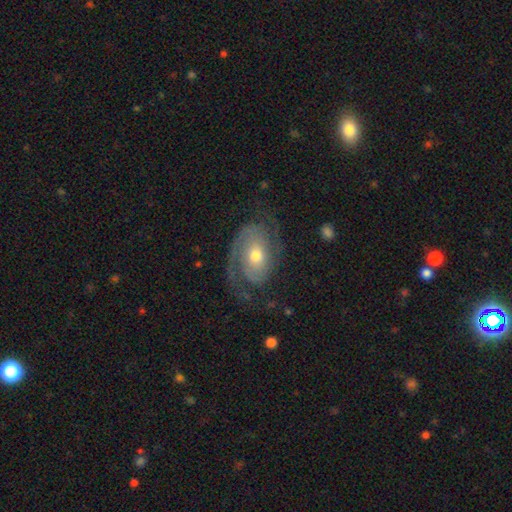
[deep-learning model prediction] This appears to be a featured or disk galaxy (84%) with no bar (67%), 2 (82%) medium (44%) spiral arms (95%) and a moderate central bulge (65%). Merging: none (68%).